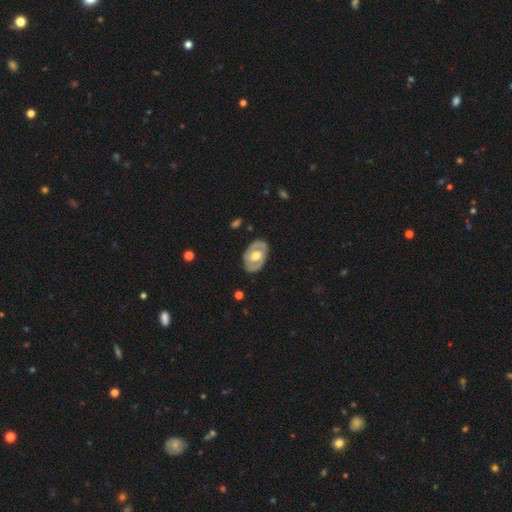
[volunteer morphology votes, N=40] Smooth or featured: featured or disk — 72% (smooth — 25%)
Edge-on disk: no — 93% (yes — 7%)
Bar: no — 63% (weak — 30%)
Spiral arms: yes — 63% (no — 37%)
Spiral winding: medium — 47% (tight — 35%)
Spiral arm count: 2 — 88% (1 — 6%)
Bulge size: moderate — 59% (large — 26%)
Merging: none — 69% (minor disturbance — 21%)